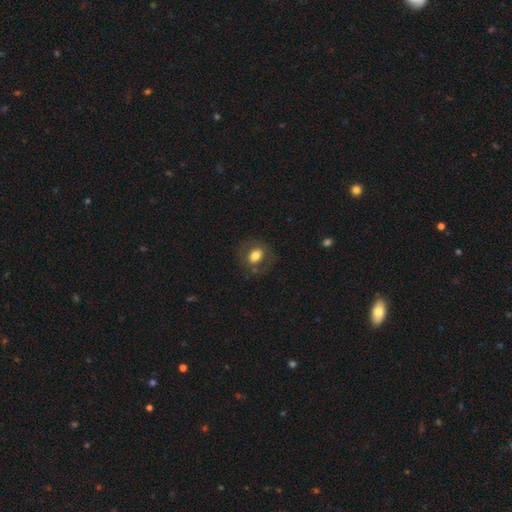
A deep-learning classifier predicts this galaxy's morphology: smooth 66%, featured or disk 26%, star or artifact 8%. Down the decision tree: how rounded — in between (52%); merging — none (75%).